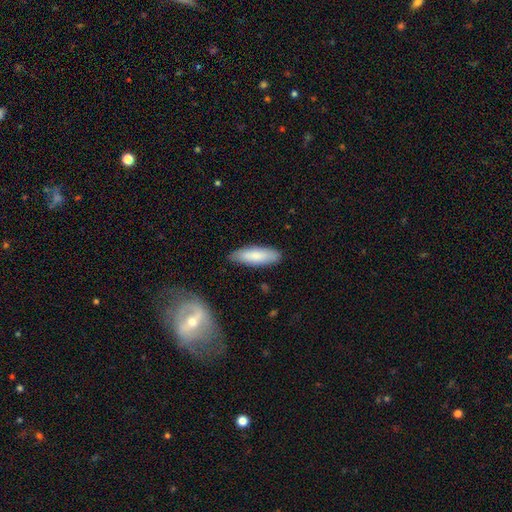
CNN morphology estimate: This appears to be a smooth galaxy with no disk features (82%) that is in between round and cigar-shaped (55%). Merging: none (84%).